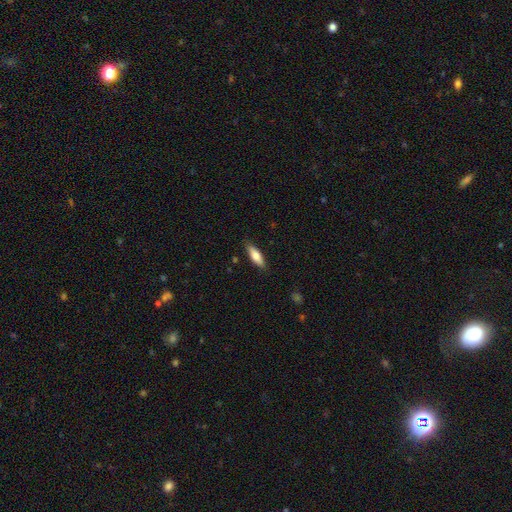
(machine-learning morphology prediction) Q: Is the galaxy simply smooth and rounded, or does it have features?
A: smooth — 71%.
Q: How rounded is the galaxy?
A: in between — 50%.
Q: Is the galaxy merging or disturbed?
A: none — 86%.